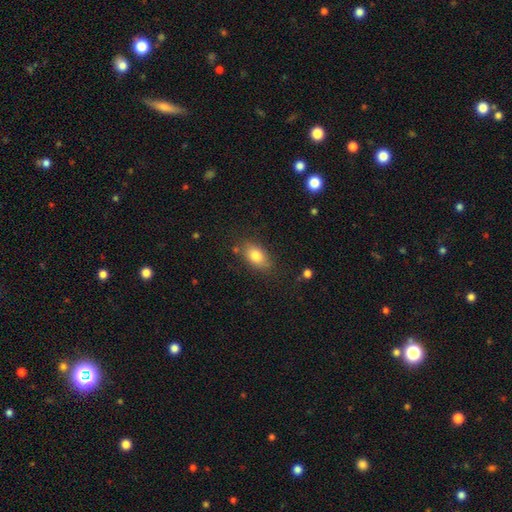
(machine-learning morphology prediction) This appears to be a smooth galaxy with no disk features (81%) that is in between round and cigar-shaped (87%). Merging: none (76%).